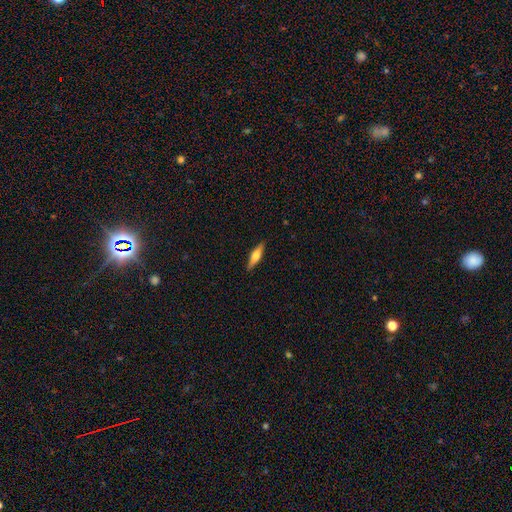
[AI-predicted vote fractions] Overall: smooth (50%; featured or disk 44%). Merging: none (89%).